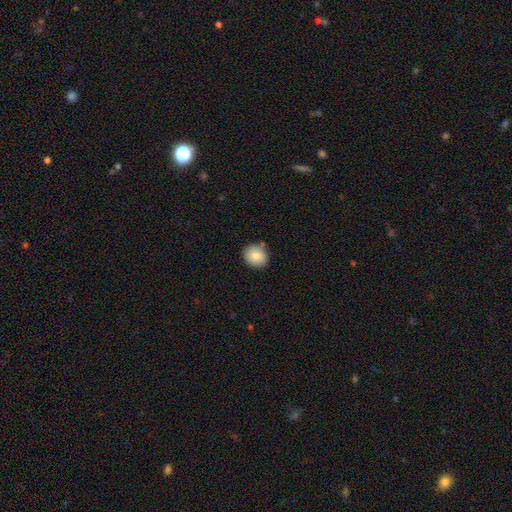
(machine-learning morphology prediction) smooth 83%, featured or disk 9%, star or artifact 8%. Down the decision tree: how rounded — round (72%); merging — none (79%).